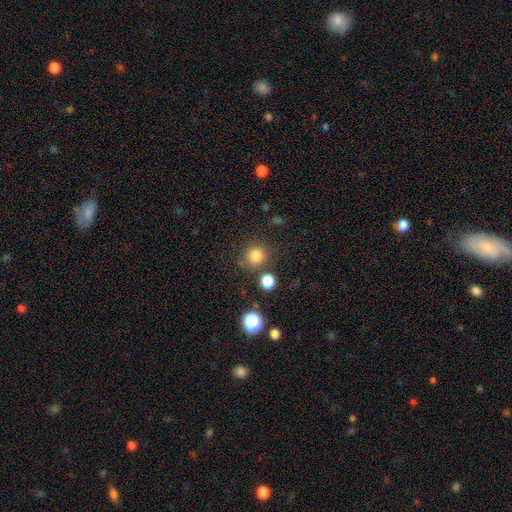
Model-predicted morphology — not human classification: Smooth or featured?
  - smooth: 82% *
  - star or artifact: 13%
  - featured or disk: 5%
How rounded?
  - round: 90% *
  - in between: 9%
  - cigar-shaped: 1%
Merging?
  - none: 81% *
  - minor disturbance: 9%
  - merger: 6%
  - major disturbance: 3%